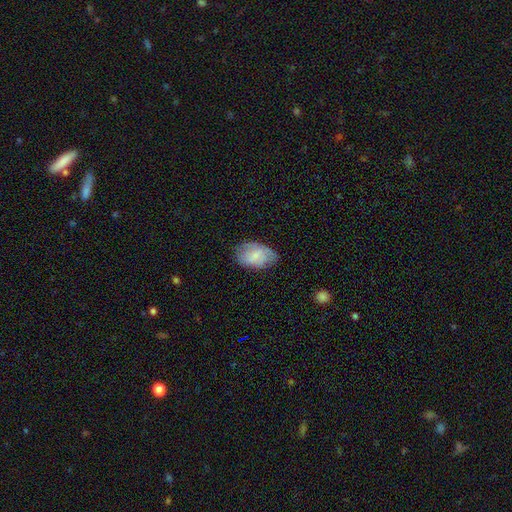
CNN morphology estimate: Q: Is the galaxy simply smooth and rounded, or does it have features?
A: smooth — 66%.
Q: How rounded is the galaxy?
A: in between — 89%.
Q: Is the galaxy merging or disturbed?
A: none — 63%.